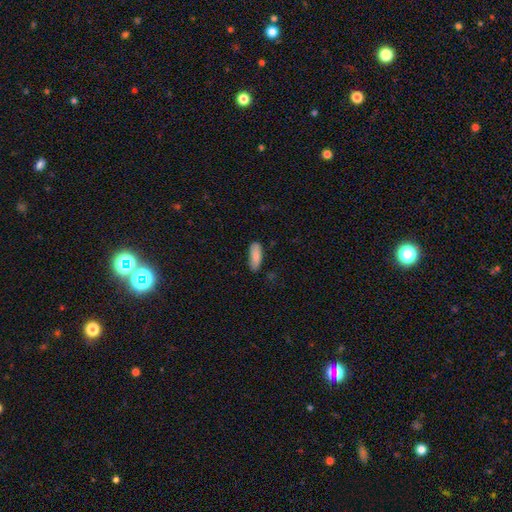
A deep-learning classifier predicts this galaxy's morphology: A smooth galaxy with no disk features (86%) that is in between round and cigar-shaped (68%). Merging: none (78%).